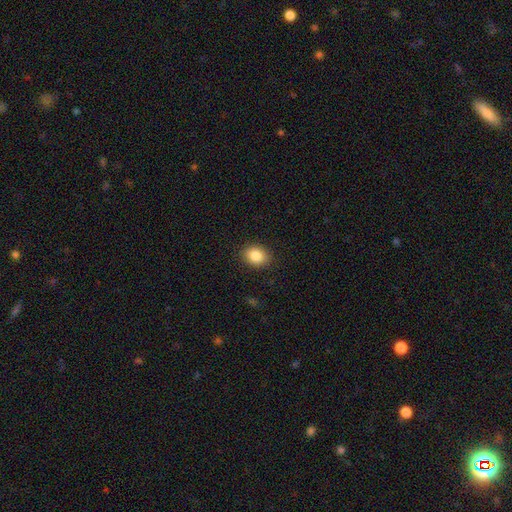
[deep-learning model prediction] smooth 87%, star or artifact 8%, featured or disk 5%. Down the decision tree: how rounded — in between (59%); merging — none (88%).